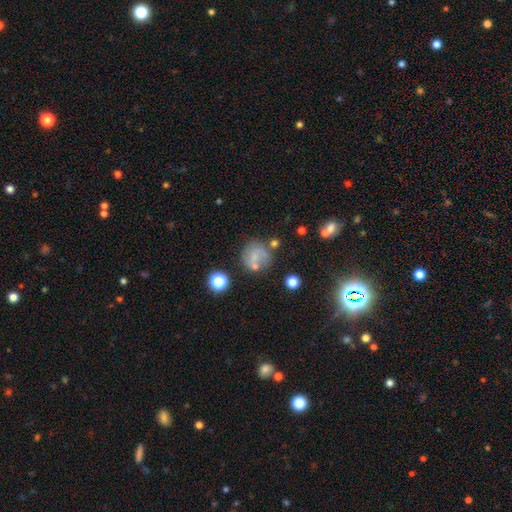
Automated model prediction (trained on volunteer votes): smooth_or_featured: smooth (p=0.58) [alt: featured or disk p=0.28]
how_rounded: round (p=0.85) [alt: in between p=0.14]
merging: none (p=0.56) [alt: minor disturbance p=0.19]